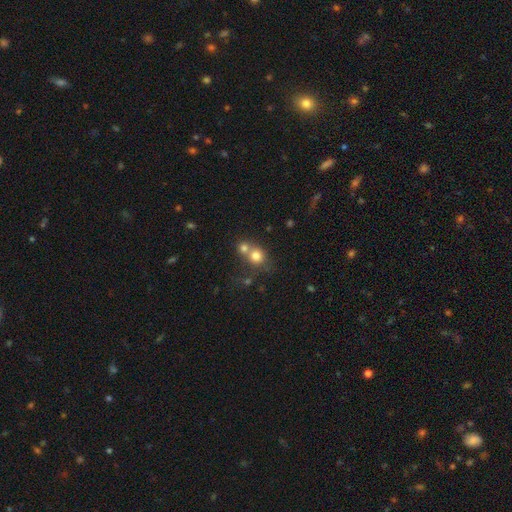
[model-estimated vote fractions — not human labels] Smooth or featured?
  - smooth: 76% *
  - star or artifact: 12%
  - featured or disk: 12%
How rounded?
  - round: 83% *
  - in between: 16%
  - cigar-shaped: 1%
Merging?
  - merger: 53% *
  - none: 38%
  - minor disturbance: 6%
  - major disturbance: 3%